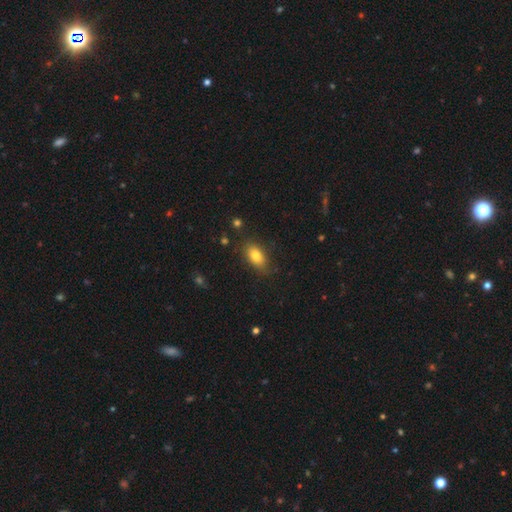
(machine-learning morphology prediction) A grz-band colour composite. It shows a smooth galaxy with no disk features (81%) that is in between round and cigar-shaped (88%). Merging: none (81%).